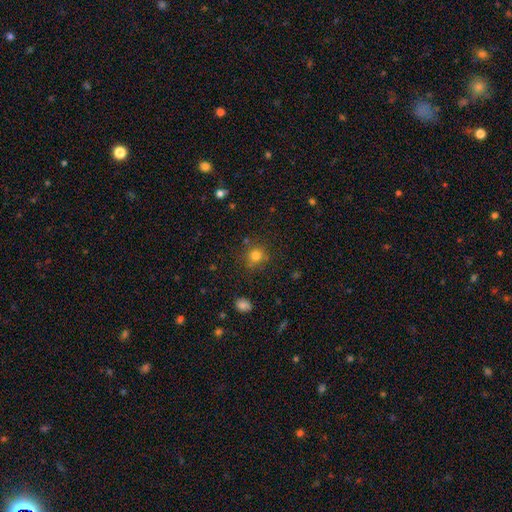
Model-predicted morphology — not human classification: smooth-or-featured: smooth: 78% | star or artifact: 15% | featured or disk: 7%
  how-rounded: round: 87% | in between: 12% | cigar-shaped: 1%
  merging: none: 78% | minor disturbance: 13% | merger: 4% | major disturbance: 4%